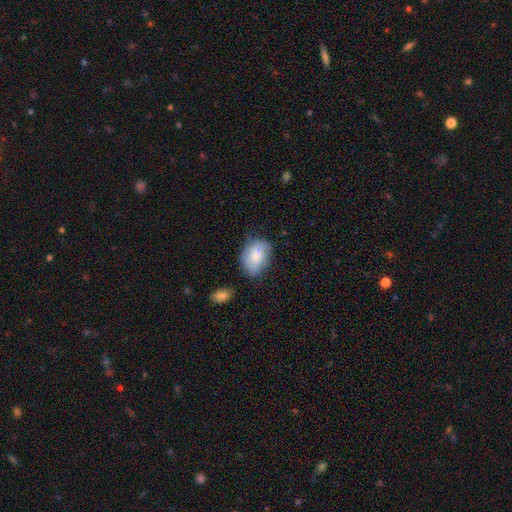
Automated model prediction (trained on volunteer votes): This appears to be a smooth galaxy with no disk features (69%) that is in between round and cigar-shaped (77%). Merging: none (59%).